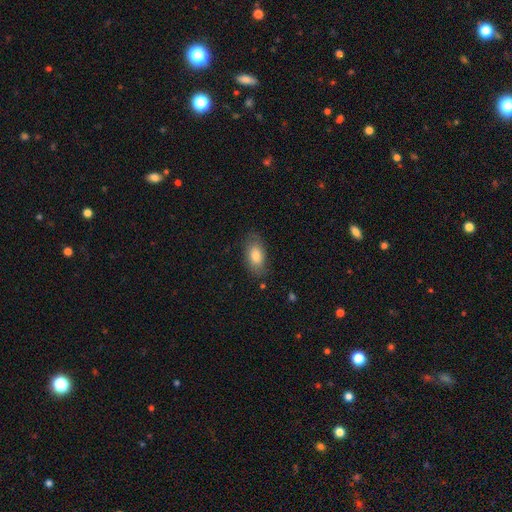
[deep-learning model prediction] smooth_or_featured: smooth (p=0.79) [alt: featured or disk p=0.14]
how_rounded: in between (p=0.91) [alt: round p=0.05]
merging: none (p=0.78) [alt: minor disturbance p=0.17]